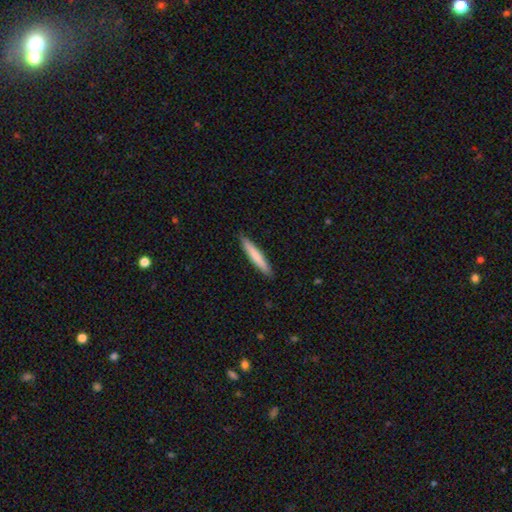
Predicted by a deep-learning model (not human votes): smooth-or-featured: smooth: 77% | featured or disk: 18% | star or artifact: 5%
  how-rounded: cigar-shaped: 94% | in between: 5% | round: 1%
  merging: none: 90% | minor disturbance: 7% | major disturbance: 1% | merger: 1%